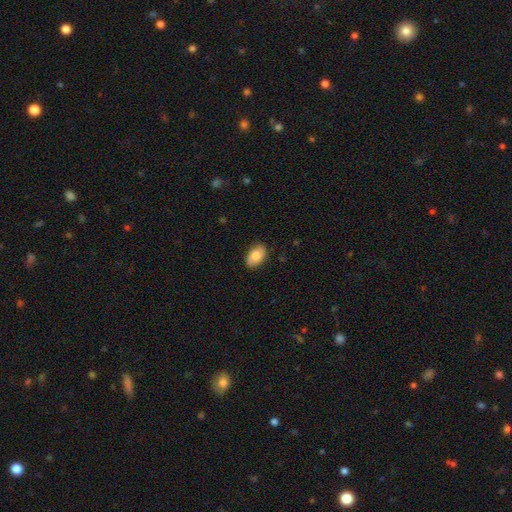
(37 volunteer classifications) Smooth or featured? 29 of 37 (78%) said smooth. How rounded? 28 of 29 (97%) said in between. Merging? 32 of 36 (89%) said none.